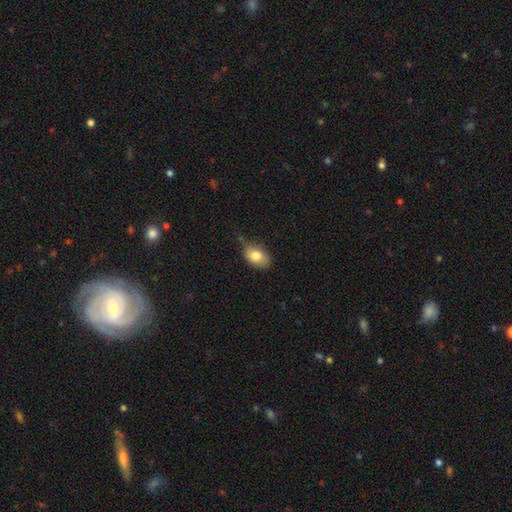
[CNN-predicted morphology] smooth-or-featured: smooth: 80% | featured or disk: 12% | star or artifact: 8%
  how-rounded: in between: 86% | round: 12% | cigar-shaped: 2%
  merging: none: 65% | minor disturbance: 28% | major disturbance: 5% | merger: 3%